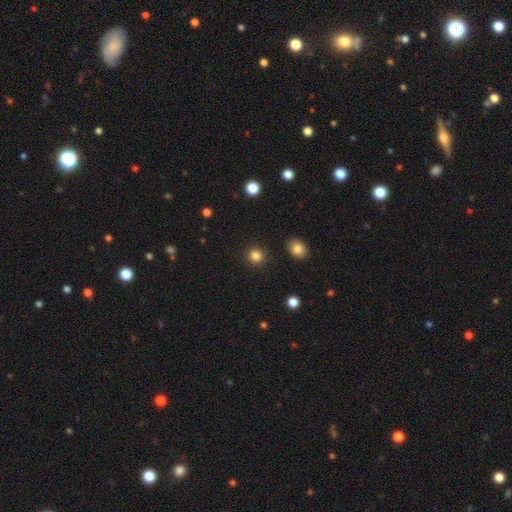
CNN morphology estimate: smooth_or_featured: smooth (p=0.84) [alt: star or artifact p=0.12]
how_rounded: round (p=0.92) [alt: in between p=0.07]
merging: none (p=0.92) [alt: minor disturbance p=0.05]